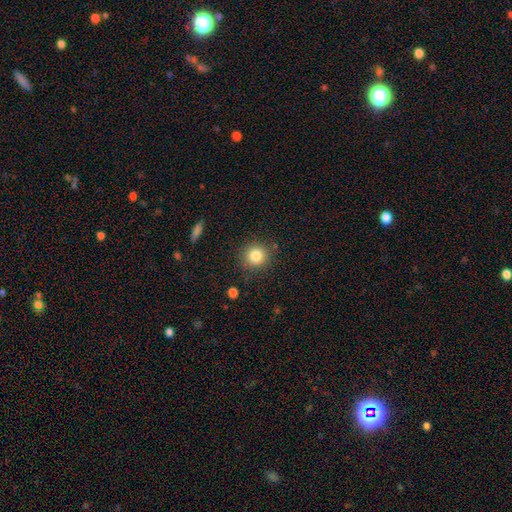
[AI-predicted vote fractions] A smooth galaxy with no disk features (83%) that is round (92%).

Vote fractions:
- Smooth or featured? smooth: 83% / star or artifact: 11% / featured or disk: 7%
- How rounded? round: 92% / in between: 7% / cigar-shaped: 1%
- Merging? none: 86% / minor disturbance: 9% / major disturbance: 3% / merger: 2%